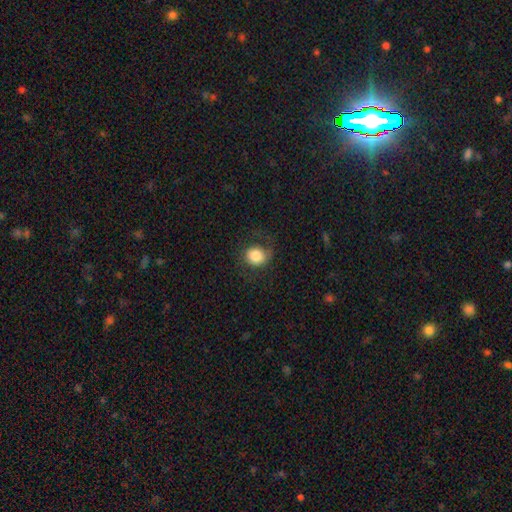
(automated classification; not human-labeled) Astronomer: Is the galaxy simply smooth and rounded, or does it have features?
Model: smooth — 79%.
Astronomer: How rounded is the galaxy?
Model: round — 76%.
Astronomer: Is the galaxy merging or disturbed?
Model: none — 66%.